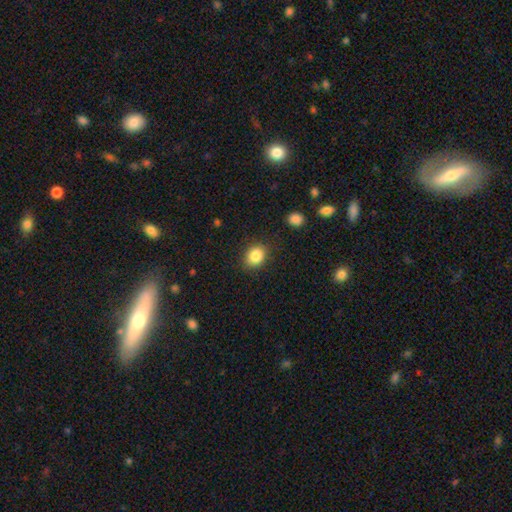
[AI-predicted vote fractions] This is clearly a smooth galaxy (85%). How rounded: possibly round (53%). Merging: clearly none (84%).